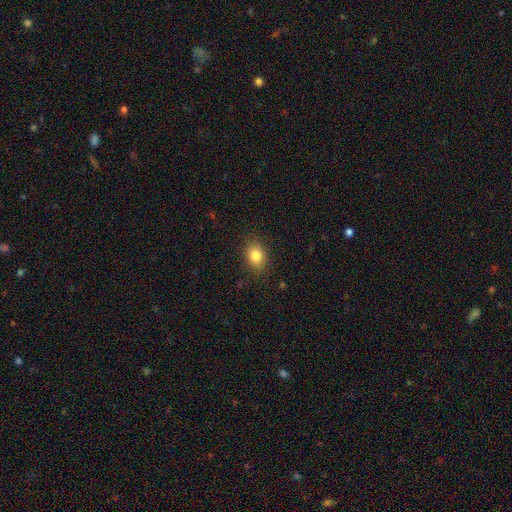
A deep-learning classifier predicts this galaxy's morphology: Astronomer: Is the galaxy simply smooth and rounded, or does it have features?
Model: smooth — 82%.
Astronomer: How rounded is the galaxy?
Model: in between — 69%.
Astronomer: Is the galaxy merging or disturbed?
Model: none — 86%.